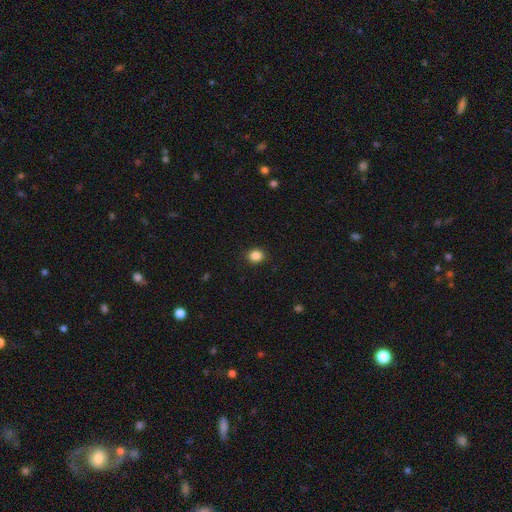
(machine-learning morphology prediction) Smooth or featured: smooth — 85% (star or artifact — 11%)
How rounded: round — 78% (in between — 21%)
Merging: none — 91% (minor disturbance — 6%)